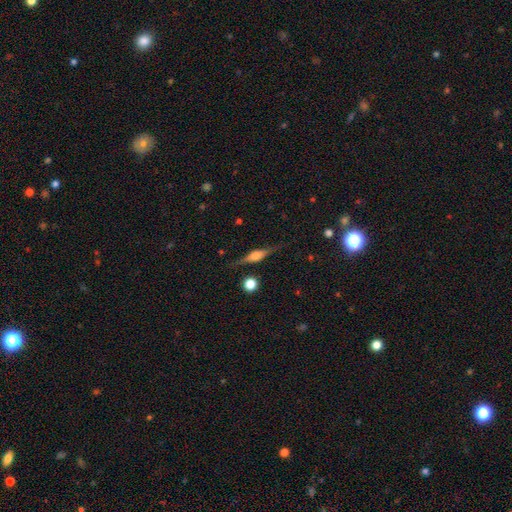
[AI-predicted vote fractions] Smooth or featured?
  - featured or disk: 73% *
  - smooth: 20%
  - star or artifact: 8%
Edge-on disk?
  - yes: 97% *
  - no: 3%
Edge-on bulge?
  - rounded: 79% *
  - boxy: 18%
  - none: 3%
Merging?
  - none: 84% *
  - minor disturbance: 11%
  - major disturbance: 3%
  - merger: 2%